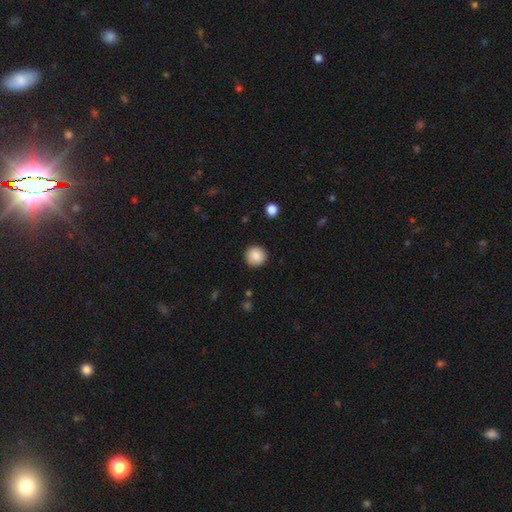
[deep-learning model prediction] Smooth or featured?
  - smooth: 87% *
  - star or artifact: 8%
  - featured or disk: 5%
How rounded?
  - round: 94% *
  - in between: 5%
  - cigar-shaped: 1%
Merging?
  - none: 91% *
  - minor disturbance: 6%
  - major disturbance: 2%
  - merger: 1%